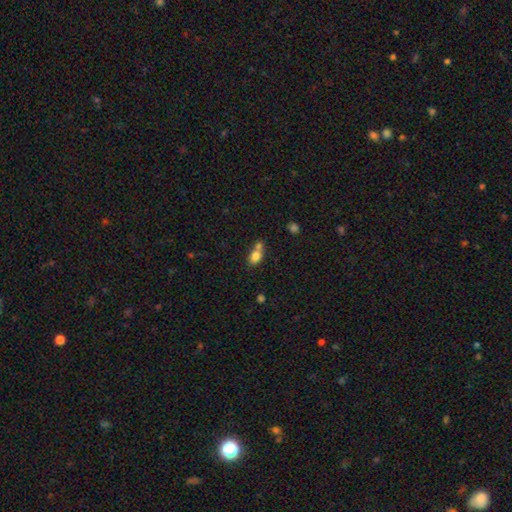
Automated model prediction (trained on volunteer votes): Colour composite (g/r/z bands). It shows a smooth galaxy with no disk features (79%) that is in between round and cigar-shaped (72%). Merging: merger (53%).